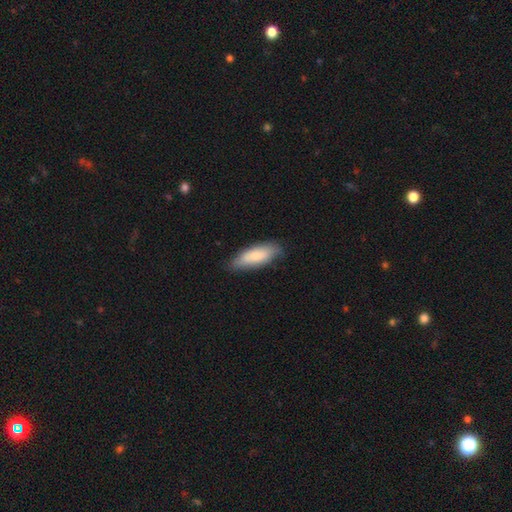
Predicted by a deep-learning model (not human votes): This appears to be a smooth galaxy with no disk features (77%) that is in between round and cigar-shaped (64%). Merging: none (79%).